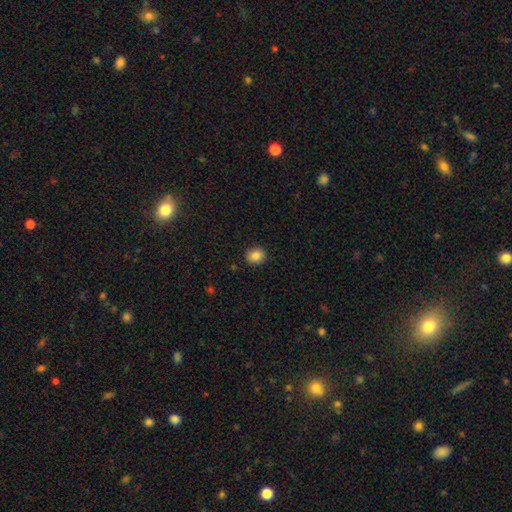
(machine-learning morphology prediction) Smooth or featured? Predicted: smooth (p=0.84). How rounded? Predicted: round (p=0.80). Merging? Predicted: none (p=0.90).